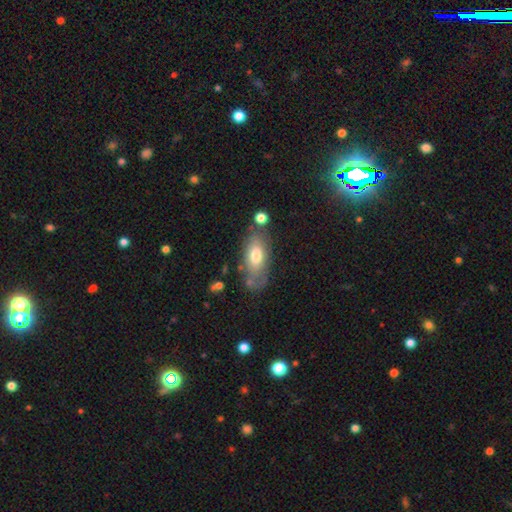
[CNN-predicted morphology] This is likely a smooth galaxy (67%). How rounded: clearly in between (88%). Merging: possibly none (59%).